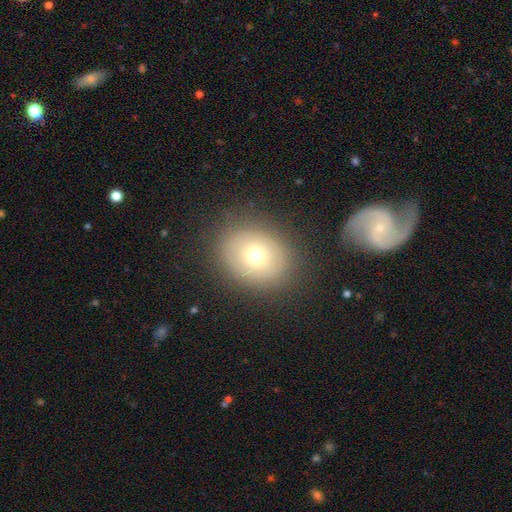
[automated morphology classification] smooth-or-featured: smooth: 65% | featured or disk: 23% | star or artifact: 12%
  how-rounded: round: 56% | in between: 43% | cigar-shaped: 1%
  merging: none: 82% | minor disturbance: 11% | major disturbance: 5% | merger: 3%